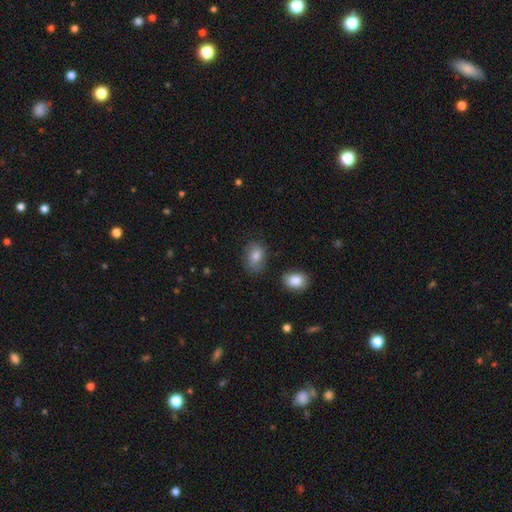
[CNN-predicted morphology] Smooth or featured: smooth — 75% (featured or disk — 14%)
How rounded: in between — 75% (round — 24%)
Merging: none — 73% (minor disturbance — 19%)